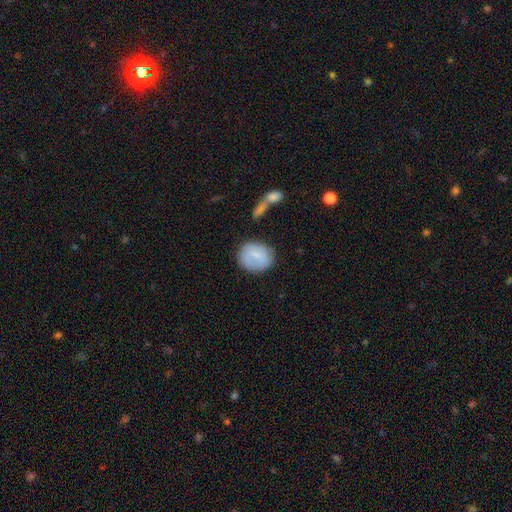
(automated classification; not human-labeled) The model was most divided on "how rounded": round: 63%, in between: 36%, cigar-shaped: 1%. More confident: merging — none (74%); smooth or featured — smooth (74%).